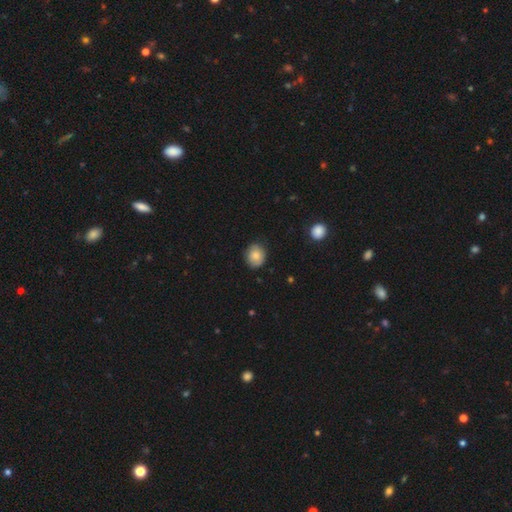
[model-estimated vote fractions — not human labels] smooth_or_featured: smooth (p=0.83) [alt: featured or disk p=0.09]
how_rounded: round (p=0.66) [alt: in between p=0.33]
merging: none (p=0.79) [alt: minor disturbance p=0.17]